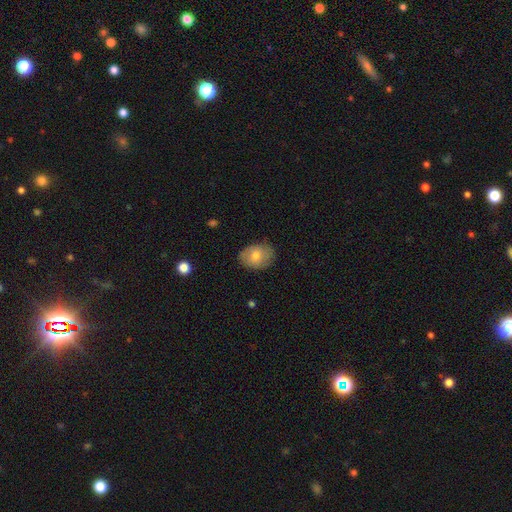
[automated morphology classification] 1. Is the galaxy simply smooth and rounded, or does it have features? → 74% smooth, 18% featured or disk, 7% star or artifact.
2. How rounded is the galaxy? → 70% in between, 29% round, 1% cigar-shaped.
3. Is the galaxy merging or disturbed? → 78% none, 17% minor disturbance, 4% major disturbance, 1% merger.